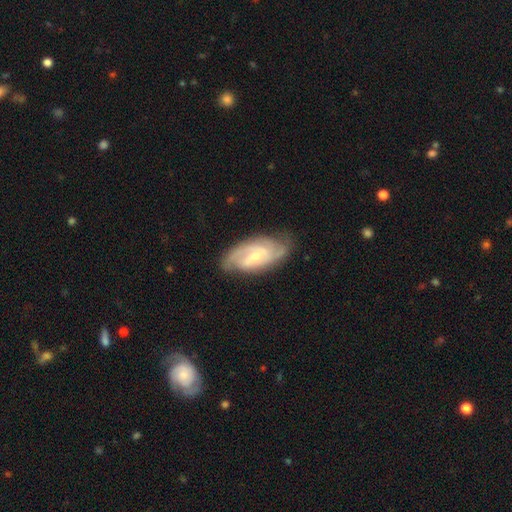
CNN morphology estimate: This is clearly a featured or disk galaxy (83%). It is clearly not viewed edge-on (95%). Bar: possibly weak (47%). Spiral arm pattern: clearly yes (96%). Spiral arm count: marginally 2 (44%). Spiral winding: possibly tight (46%). Central bulge: possibly small (56%). Merging: likely none (75%).